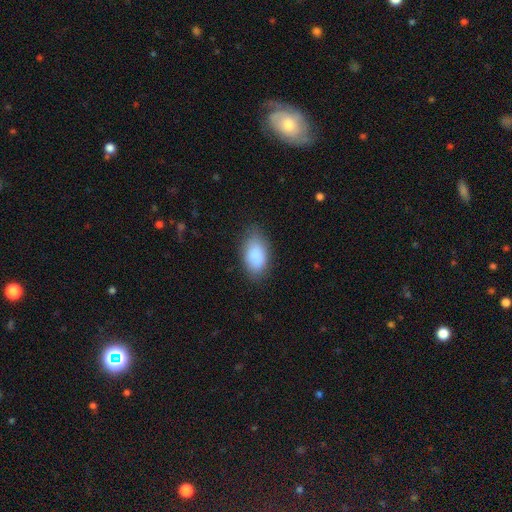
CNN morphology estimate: A smooth galaxy with no disk features (88%) that is in between round and cigar-shaped (92%). Merging: none (79%).